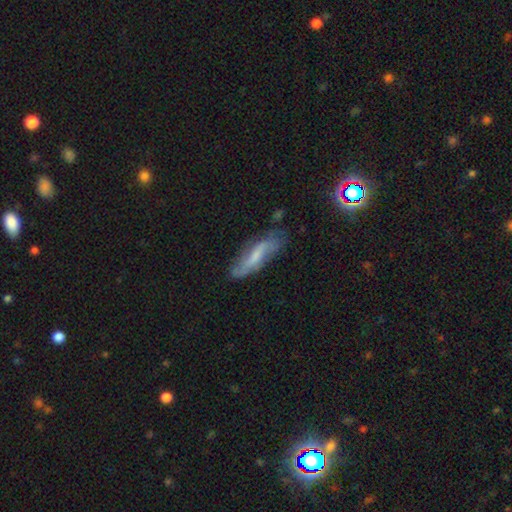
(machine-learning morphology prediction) type=featured or disk (52%); edge-on=no (68%); merging=none (62%).